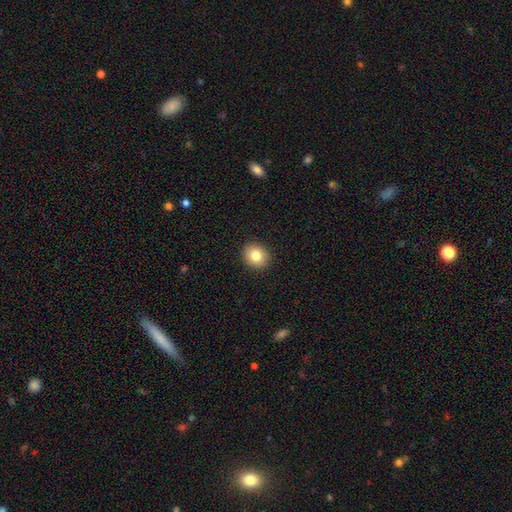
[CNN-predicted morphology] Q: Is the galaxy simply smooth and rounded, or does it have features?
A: smooth — 81%.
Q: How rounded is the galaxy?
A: round — 71%.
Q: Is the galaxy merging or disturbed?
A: none — 91%.